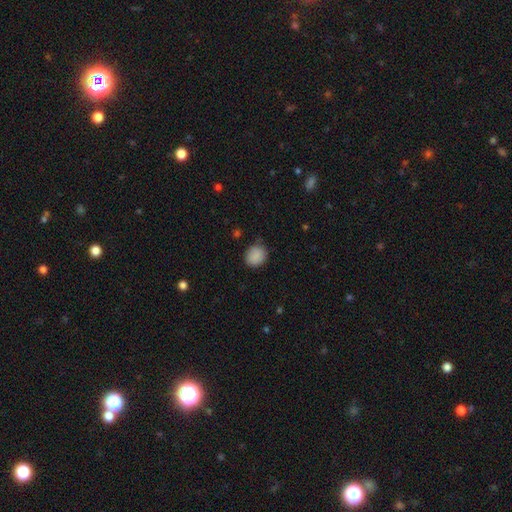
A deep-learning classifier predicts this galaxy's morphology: type=smooth (88%); roundness=round (73%); merging=none (78%).